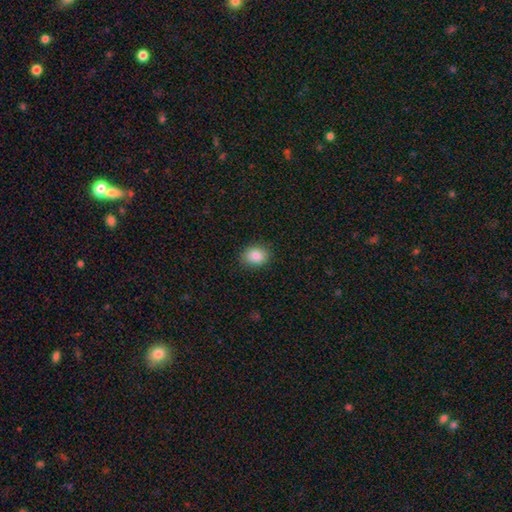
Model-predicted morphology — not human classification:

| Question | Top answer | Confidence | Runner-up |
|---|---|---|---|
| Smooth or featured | smooth | 86% | star or artifact (9%) |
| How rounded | in between | 52% | round (47%) |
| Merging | none | 88% | minor disturbance (9%) |